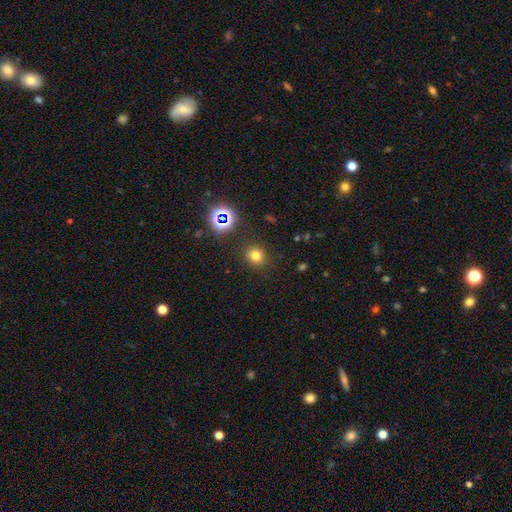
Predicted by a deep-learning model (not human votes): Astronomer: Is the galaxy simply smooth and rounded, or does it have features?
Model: smooth — 72%.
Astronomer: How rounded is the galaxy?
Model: round — 77%.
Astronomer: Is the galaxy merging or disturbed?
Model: none — 86%.